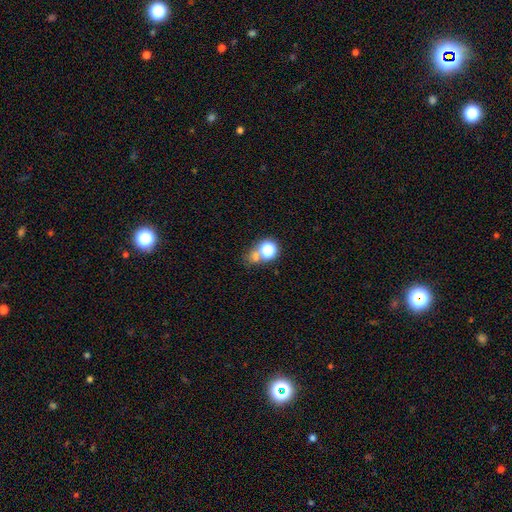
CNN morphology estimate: A smooth galaxy with no disk features (55%) that is round (75%).

Vote fractions:
- Smooth or featured? smooth: 55% / star or artifact: 35% / featured or disk: 10%
- How rounded? round: 75% / in between: 24% / cigar-shaped: 1%
- Merging? none: 53% / merger: 28% / minor disturbance: 11% / major disturbance: 8%